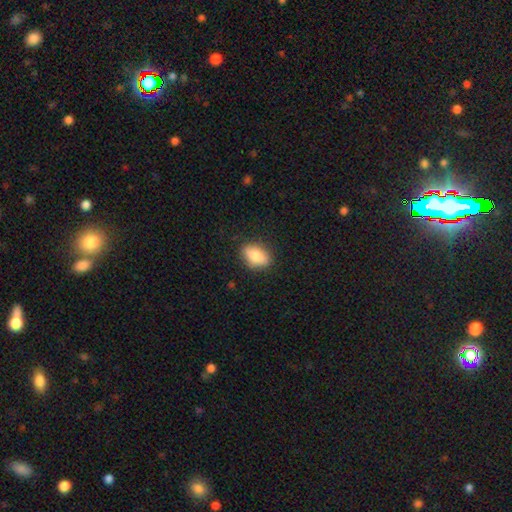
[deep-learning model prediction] Smooth or featured: smooth — 78% (featured or disk — 14%)
How rounded: in between — 82% (round — 12%)
Merging: none — 83% (minor disturbance — 13%)